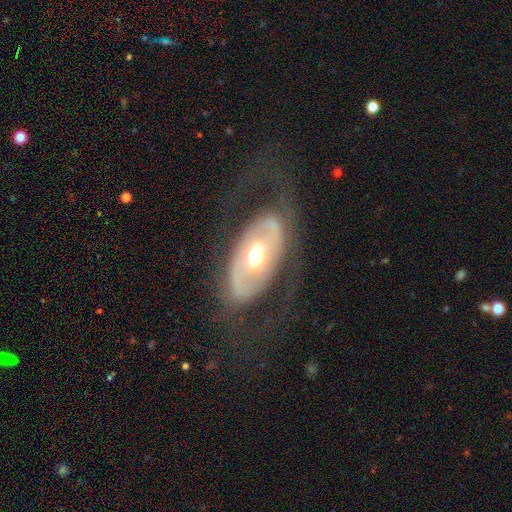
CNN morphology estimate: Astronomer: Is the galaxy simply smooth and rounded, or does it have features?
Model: featured or disk — 70%.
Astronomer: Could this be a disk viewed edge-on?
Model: no — 89%.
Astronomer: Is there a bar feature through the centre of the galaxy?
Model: no — 62%.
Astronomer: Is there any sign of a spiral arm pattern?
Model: no — 55% (runner-up: yes, 45%).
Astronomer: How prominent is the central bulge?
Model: moderate — 65%.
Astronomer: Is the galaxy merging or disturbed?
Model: none — 66%.